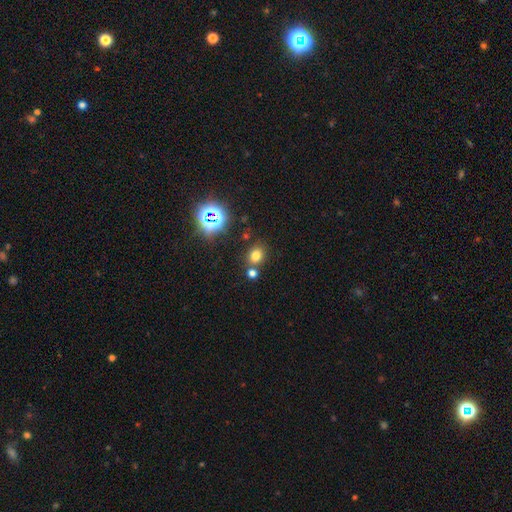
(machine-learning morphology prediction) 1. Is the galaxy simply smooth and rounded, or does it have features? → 71% smooth, 22% star or artifact, 7% featured or disk.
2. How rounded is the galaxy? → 62% round, 37% in between, 1% cigar-shaped.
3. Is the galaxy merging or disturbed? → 72% none, 15% merger, 9% minor disturbance, 3% major disturbance.